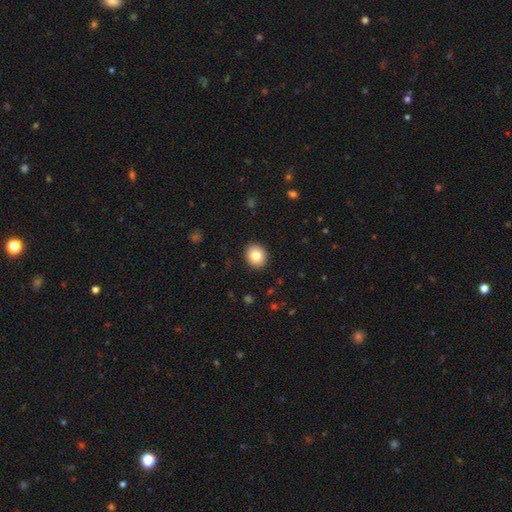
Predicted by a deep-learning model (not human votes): Q: Smooth or featured?
A: smooth (81%); runner-up: featured or disk (10%)
Q: How rounded?
A: round (67%); runner-up: in between (32%)
Q: Merging?
A: none (91%); runner-up: minor disturbance (6%)